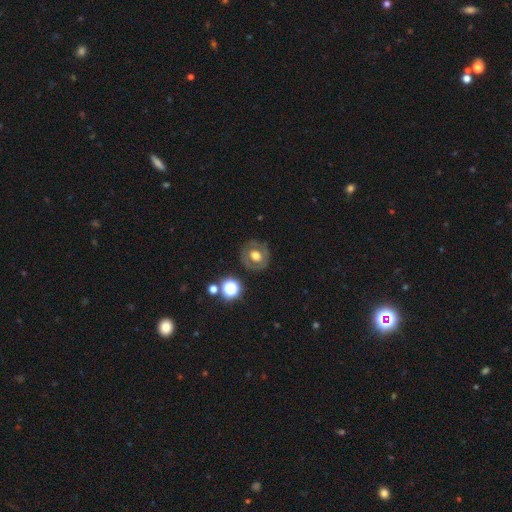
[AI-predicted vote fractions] A featured or disk galaxy (47%). Merging: none (82%).